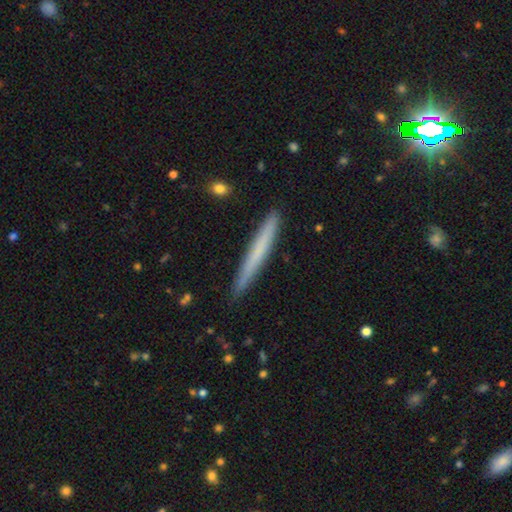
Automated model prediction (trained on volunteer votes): Smooth or featured: smooth — 61% (featured or disk — 32%)
How rounded: cigar-shaped — 97% (in between — 2%)
Merging: none — 88% (minor disturbance — 9%)